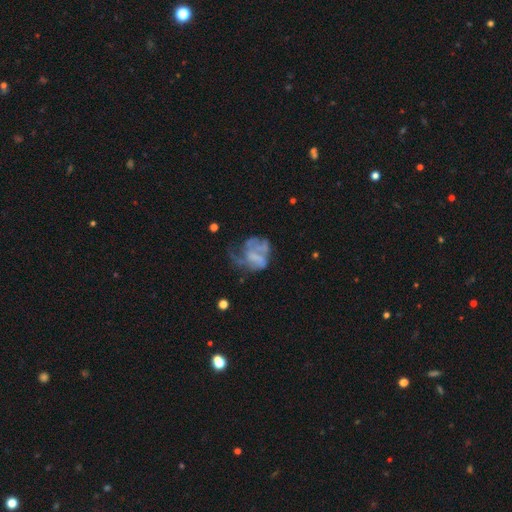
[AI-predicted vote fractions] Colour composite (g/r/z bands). It shows a featured or disk galaxy (58%) with no bar (68%), no spiral arms (62%) and no central bulge (69%). Merging: major disturbance (44%).